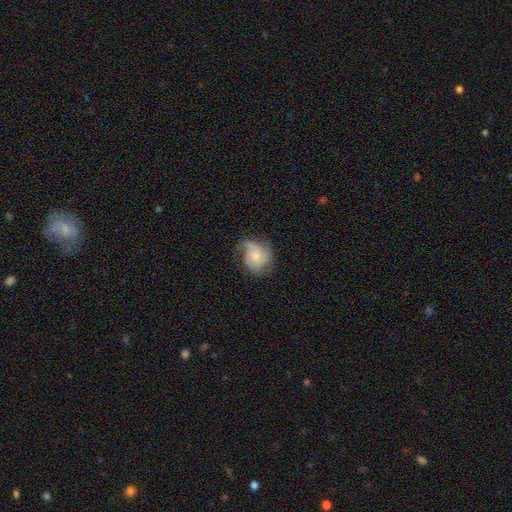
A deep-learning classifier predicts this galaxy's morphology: Overall: featured or disk (69%). Edge-on disk: no (98%). Bar: no (72%). Spiral arms: yes (93%). Spiral arm count: 3 (33%; 2 30%). Spiral winding: medium (45%; tight 31%). Bulge size: small (49%; moderate 40%). Merging: none (55%; minor disturbance 26%).